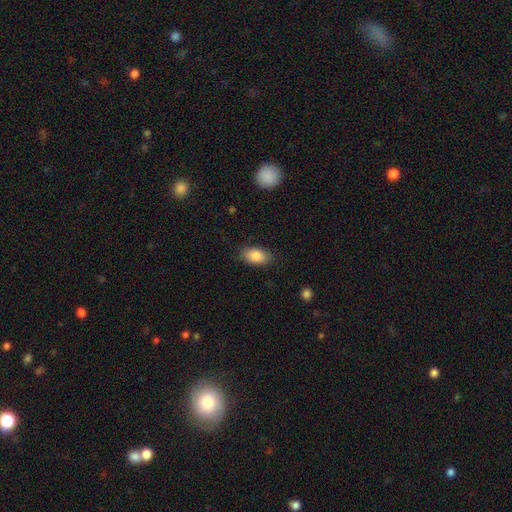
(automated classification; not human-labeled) Smooth or featured: smooth — 87% (star or artifact — 7%)
How rounded: in between — 91% (round — 7%)
Merging: none — 83% (minor disturbance — 13%)